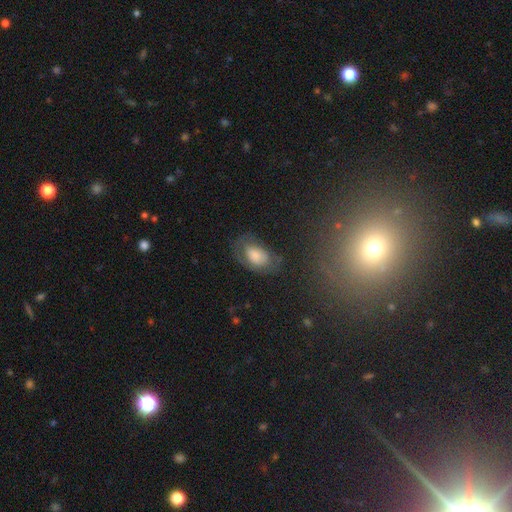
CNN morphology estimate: Smooth or featured?
  - smooth: 62% *
  - featured or disk: 29%
  - star or artifact: 10%
How rounded?
  - in between: 91% *
  - round: 7%
  - cigar-shaped: 2%
Merging?
  - none: 53% *
  - minor disturbance: 27%
  - major disturbance: 17%
  - merger: 2%